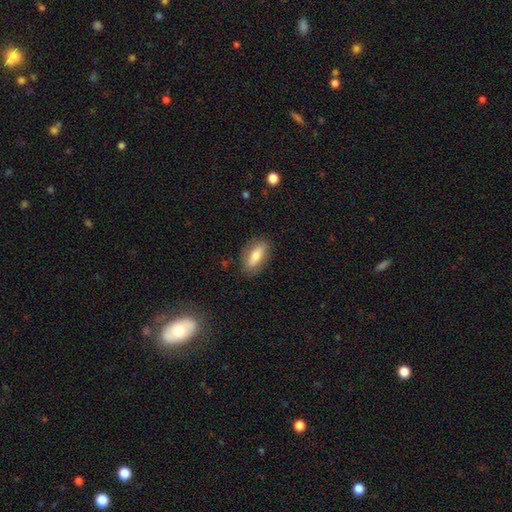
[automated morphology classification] type=smooth (73%); roundness=in between (78%); merging=none (84%).